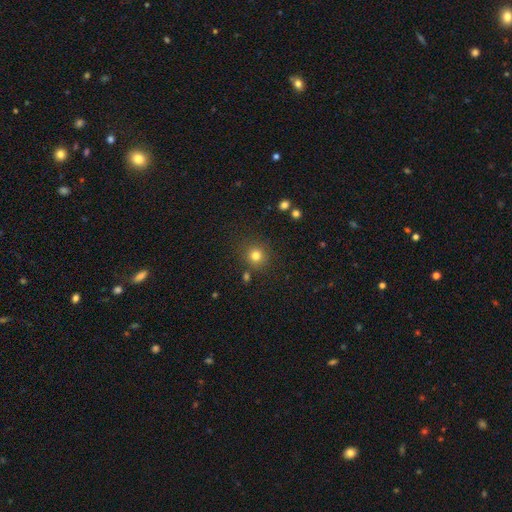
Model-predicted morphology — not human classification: smooth 79%, star or artifact 14%, featured or disk 6%. Down the decision tree: how rounded — round (91%); merging — none (85%).